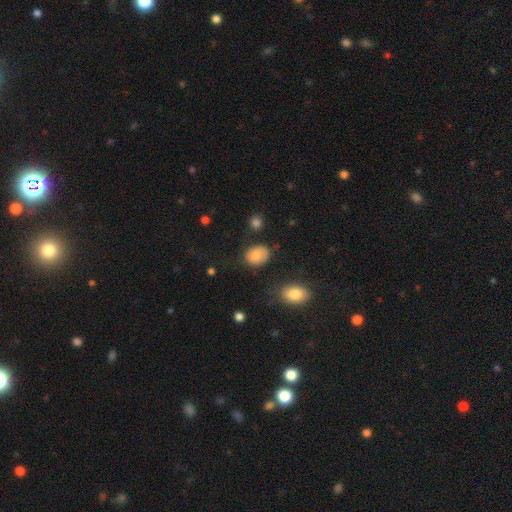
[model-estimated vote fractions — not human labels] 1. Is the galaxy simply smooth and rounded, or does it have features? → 76% smooth, 15% featured or disk, 9% star or artifact.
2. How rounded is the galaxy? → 58% in between, 41% round, 1% cigar-shaped.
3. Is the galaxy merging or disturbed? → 70% none, 21% minor disturbance, 6% major disturbance, 3% merger.